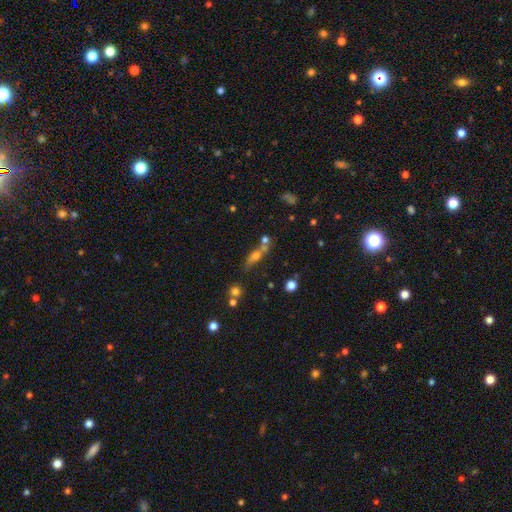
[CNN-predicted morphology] Smooth or featured: smooth — 50% (featured or disk — 34%)
How rounded: in between — 50% (cigar-shaped — 38%)
Merging: none — 51% (merger — 27%)